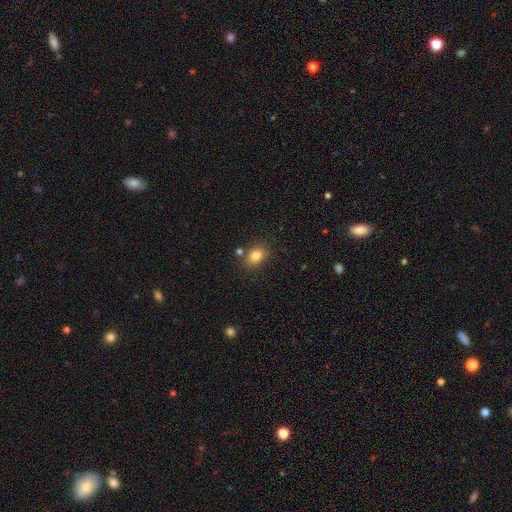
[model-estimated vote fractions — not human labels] smooth_or_featured: smooth (p=0.83) [alt: star or artifact p=0.10]
how_rounded: in between (p=0.65) [alt: round p=0.34]
merging: none (p=0.74) [alt: minor disturbance p=0.13]